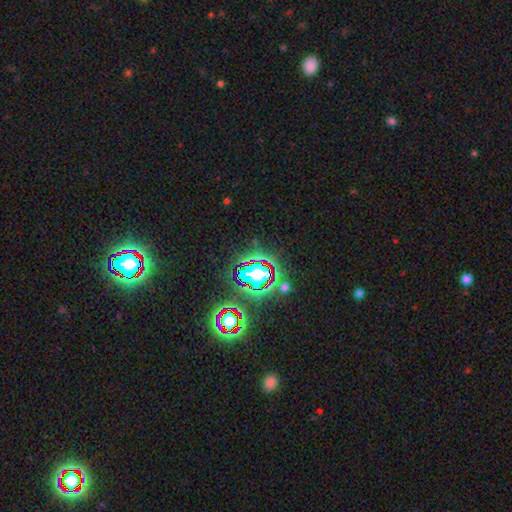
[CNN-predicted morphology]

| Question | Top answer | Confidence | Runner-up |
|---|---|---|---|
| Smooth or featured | star or artifact | 80% | smooth (11%) |